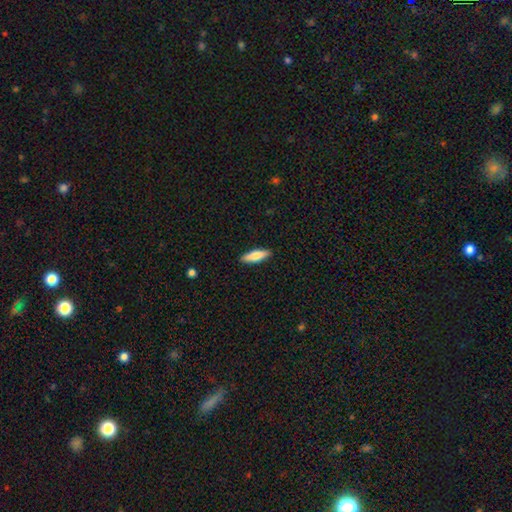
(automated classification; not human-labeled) A smooth galaxy with no disk features (76%) that is cigar-shaped (54%). Merging: none (90%).